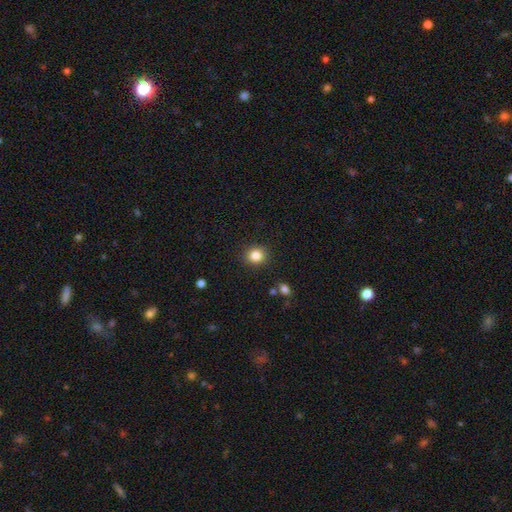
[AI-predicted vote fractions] Smooth or featured? Predicted: smooth (p=0.84). How rounded? Predicted: round (p=0.80). Merging? Predicted: none (p=0.89).